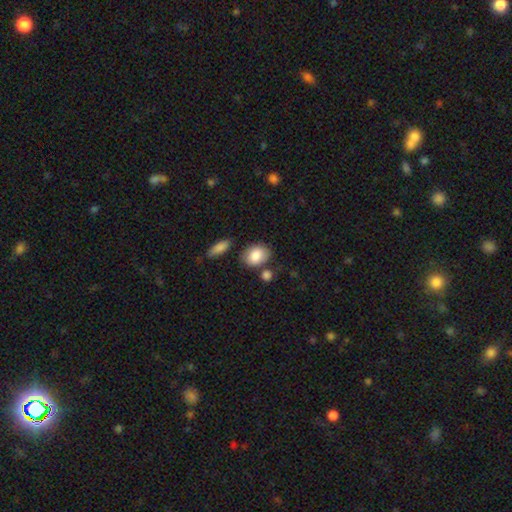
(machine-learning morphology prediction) Q: Smooth or featured?
A: smooth (84%); runner-up: featured or disk (9%)
Q: How rounded?
A: in between (68%); runner-up: round (30%)
Q: Merging?
A: none (70%); runner-up: minor disturbance (16%)